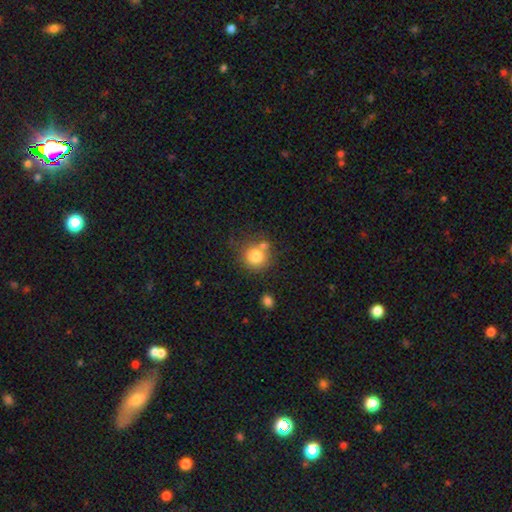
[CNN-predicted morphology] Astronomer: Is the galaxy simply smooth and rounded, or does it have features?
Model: smooth — 79%.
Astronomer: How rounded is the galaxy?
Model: round — 90%.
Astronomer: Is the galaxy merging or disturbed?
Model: none — 62%.